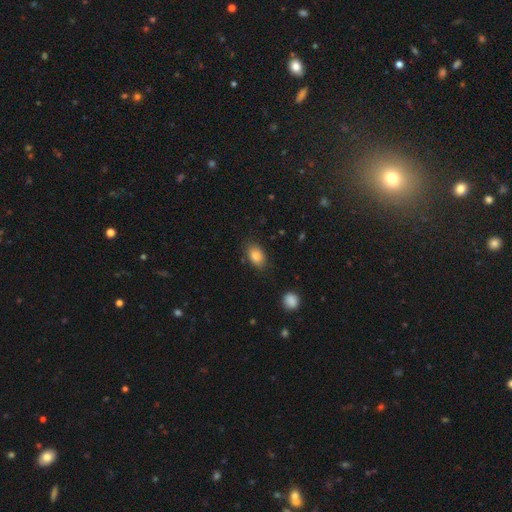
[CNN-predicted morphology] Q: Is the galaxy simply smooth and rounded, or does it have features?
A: smooth — 83%.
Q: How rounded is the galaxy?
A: in between — 85%.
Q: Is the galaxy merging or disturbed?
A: none — 80%.